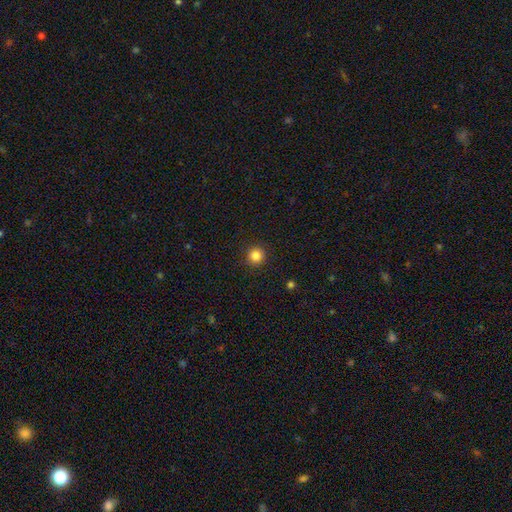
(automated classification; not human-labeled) Morphology: type=smooth (84%); roundness=round (94%); merging=none (92%).